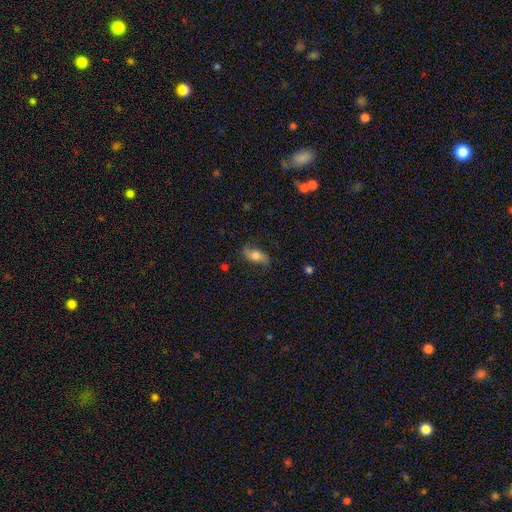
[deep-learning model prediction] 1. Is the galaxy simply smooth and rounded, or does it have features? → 54% smooth, 39% featured or disk, 8% star or artifact.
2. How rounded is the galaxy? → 81% in between, 14% cigar-shaped, 6% round.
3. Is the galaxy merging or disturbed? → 75% none, 18% minor disturbance, 6% major disturbance, 1% merger.